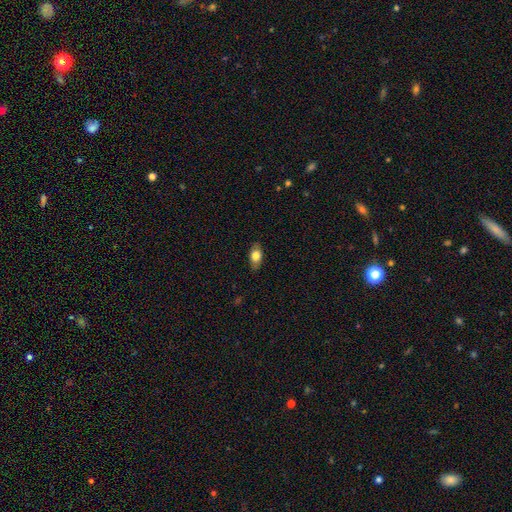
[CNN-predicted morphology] Smooth or featured: smooth — 75% (featured or disk — 18%)
How rounded: in between — 86% (round — 7%)
Merging: none — 83% (minor disturbance — 13%)